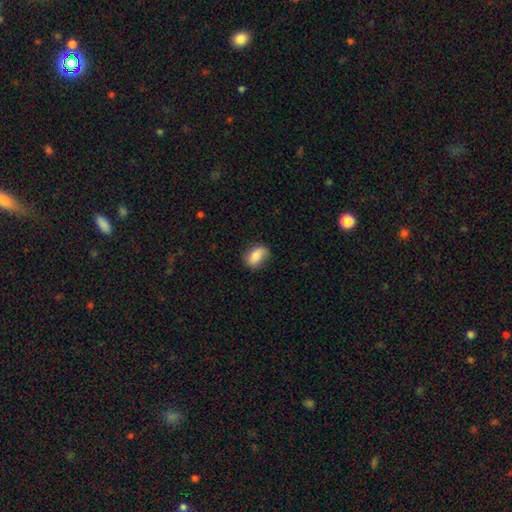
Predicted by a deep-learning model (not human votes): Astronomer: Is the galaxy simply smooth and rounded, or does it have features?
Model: smooth — 79%.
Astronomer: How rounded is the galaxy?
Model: in between — 81%.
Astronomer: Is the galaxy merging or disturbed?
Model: none — 75%.